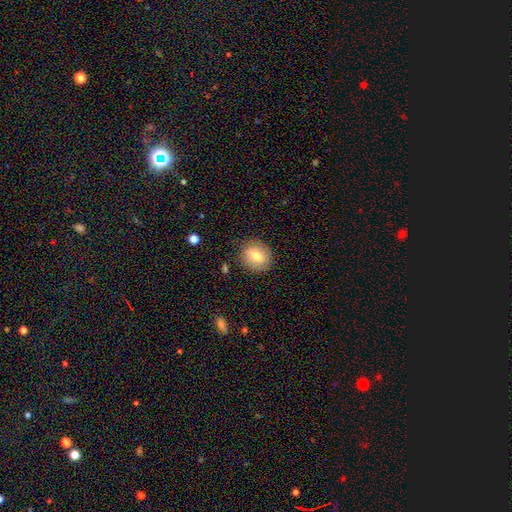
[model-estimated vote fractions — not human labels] Smooth or featured?
  - smooth: 74% *
  - featured or disk: 18%
  - star or artifact: 8%
How rounded?
  - round: 75% *
  - in between: 24%
  - cigar-shaped: 1%
Merging?
  - none: 83% *
  - minor disturbance: 12%
  - major disturbance: 3%
  - merger: 1%